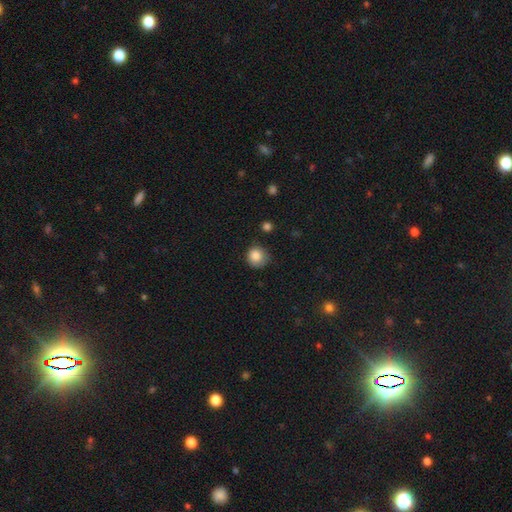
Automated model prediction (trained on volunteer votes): The model was most divided on "merging": none: 68%, minor disturbance: 24%, major disturbance: 6%, merger: 2%. More confident: how rounded — round (89%); smooth or featured — smooth (85%).